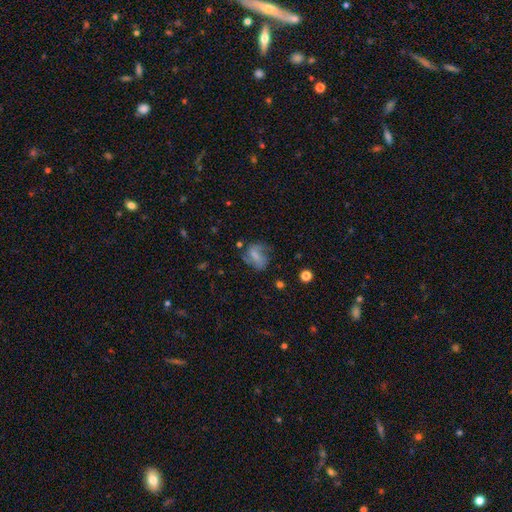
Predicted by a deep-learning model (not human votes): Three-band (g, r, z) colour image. It shows a featured or disk galaxy (45%, tied with smooth). Merging: none (46%).